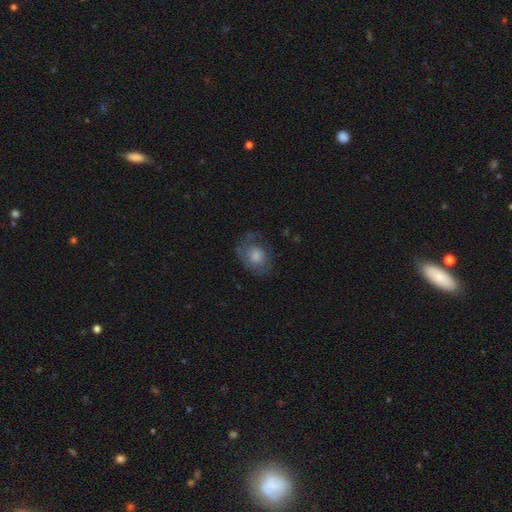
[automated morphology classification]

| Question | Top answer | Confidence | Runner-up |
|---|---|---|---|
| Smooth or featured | featured or disk | 48% | smooth (40%) |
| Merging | none | 61% | minor disturbance (22%) |